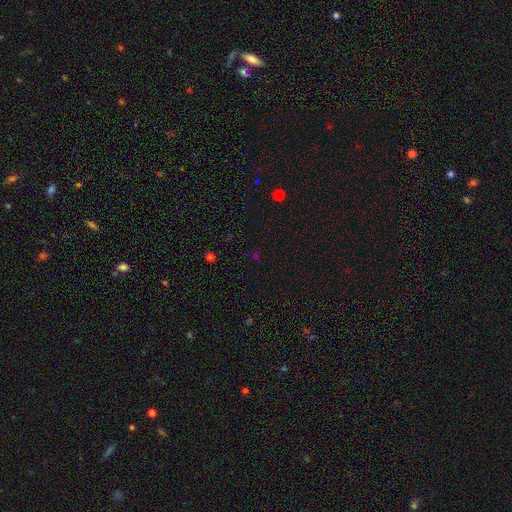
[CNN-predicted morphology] This appears to be a star or artifact, not a galaxy (59%).